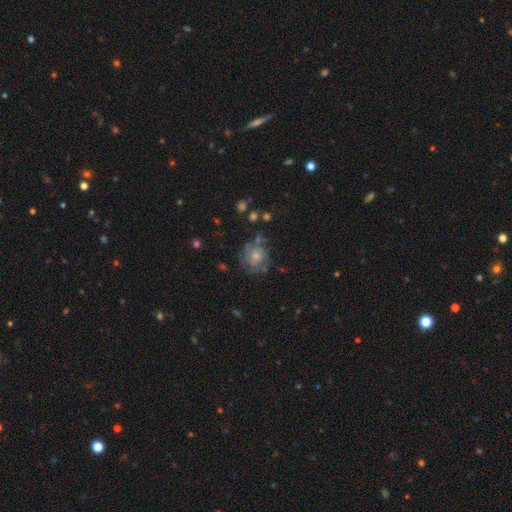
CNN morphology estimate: type=smooth (51%); roundness=round (80%); merging=none (58%).